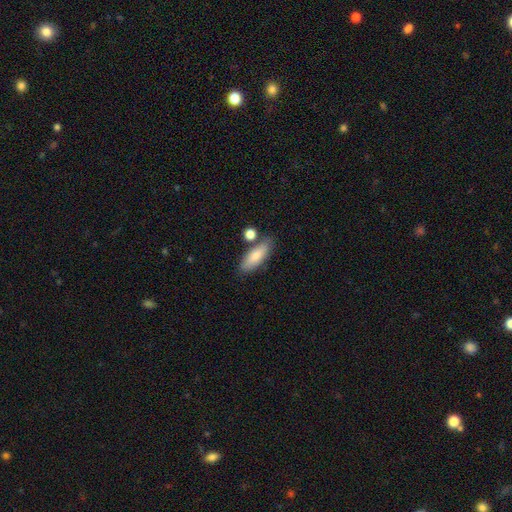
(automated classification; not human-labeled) Smooth or featured: smooth — 80% (featured or disk — 14%)
How rounded: in between — 66% (cigar-shaped — 31%)
Merging: none — 72% (minor disturbance — 14%)